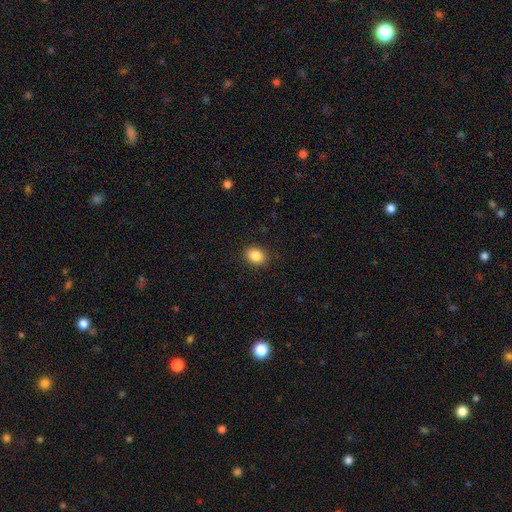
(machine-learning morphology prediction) The model was most divided on "how rounded": in between: 53%, round: 46%, cigar-shaped: 1%. More confident: merging — none (89%); smooth or featured — smooth (86%).